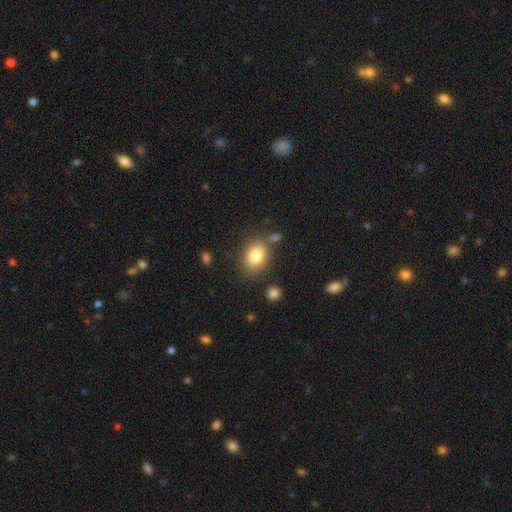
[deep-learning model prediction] Q: Smooth or featured?
A: smooth (83%); runner-up: star or artifact (9%)
Q: How rounded?
A: in between (70%); runner-up: round (29%)
Q: Merging?
A: none (74%); runner-up: minor disturbance (14%)